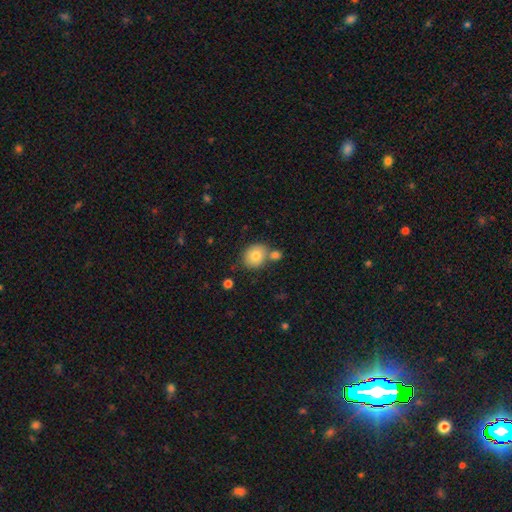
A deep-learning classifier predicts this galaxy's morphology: smooth-or-featured: smooth: 80% | featured or disk: 11% | star or artifact: 10%
  how-rounded: round: 71% | in between: 28% | cigar-shaped: 1%
  merging: none: 63% | merger: 23% | minor disturbance: 11% | major disturbance: 3%